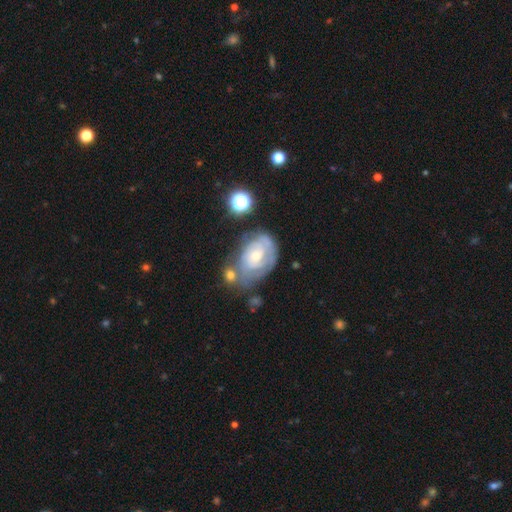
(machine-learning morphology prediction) This appears to be a featured or disk galaxy (66%) with no bar (74%), spiral arms (71%) and a small central bulge (52%). Merging: none (42%).